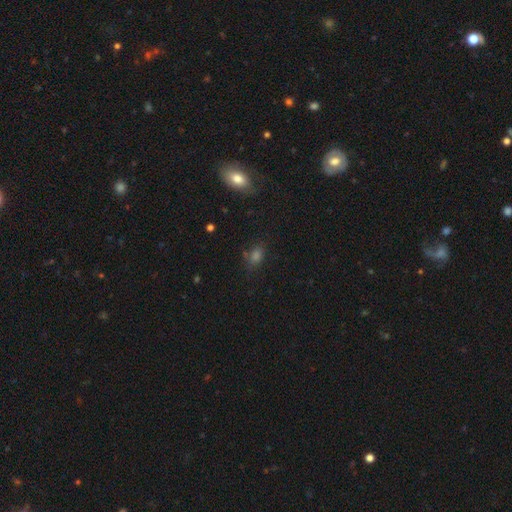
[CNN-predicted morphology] This appears to be a smooth galaxy with no disk features (67%) that is in between round and cigar-shaped (77%). Merging: none (70%).